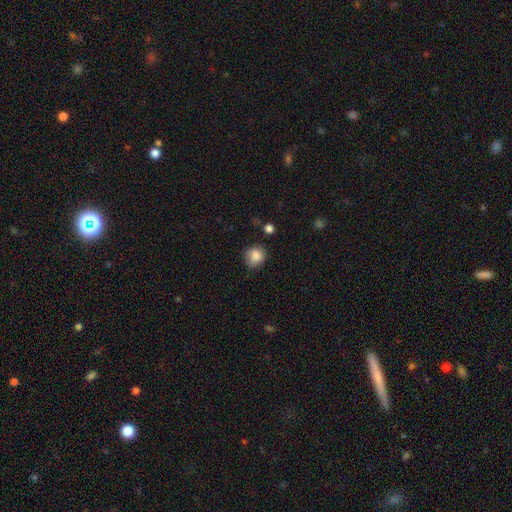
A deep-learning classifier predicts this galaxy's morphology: Q: Smooth or featured?
A: smooth (85%); runner-up: star or artifact (9%)
Q: How rounded?
A: round (80%); runner-up: in between (19%)
Q: Merging?
A: none (67%); runner-up: minor disturbance (25%)